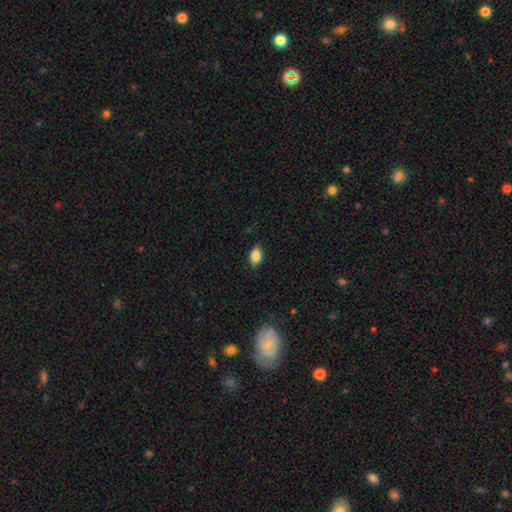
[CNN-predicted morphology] A smooth galaxy with no disk features (87%) that is in between round and cigar-shaped (87%). Merging: none (86%).